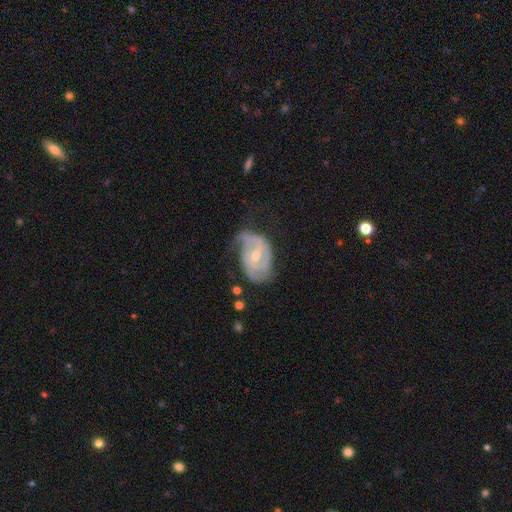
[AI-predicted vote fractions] This is clearly a featured or disk galaxy (85%). It is clearly not viewed edge-on (97%). Bar: marginally no (43%, tied with weak). Spiral arm pattern: clearly yes (92%). Spiral arm count: possibly 2 (47%). Spiral winding: possibly tight (49%). Central bulge: possibly moderate (55%). Merging: marginally none (45%).